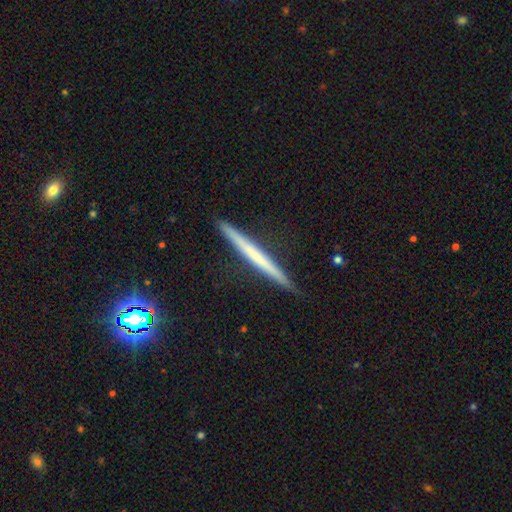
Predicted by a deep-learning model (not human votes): This appears to be a featured or disk galaxy (53%) viewed edge-on (98%) with no central bulge (82%). Merging: none (90%).